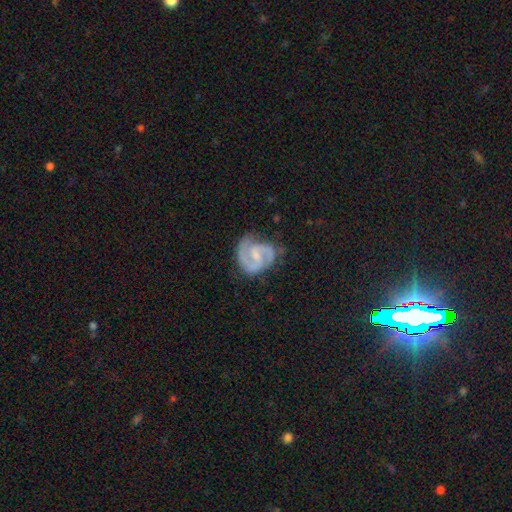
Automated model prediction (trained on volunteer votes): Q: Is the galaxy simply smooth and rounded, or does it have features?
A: featured or disk — 87%.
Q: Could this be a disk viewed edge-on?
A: no — 98%.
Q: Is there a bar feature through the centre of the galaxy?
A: weak — 54%.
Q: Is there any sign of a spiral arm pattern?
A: yes — 97%.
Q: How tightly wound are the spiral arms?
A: medium — 54%.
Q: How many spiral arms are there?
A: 2 — 87%.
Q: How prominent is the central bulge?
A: small — 52%.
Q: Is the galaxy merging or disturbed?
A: none — 65%.